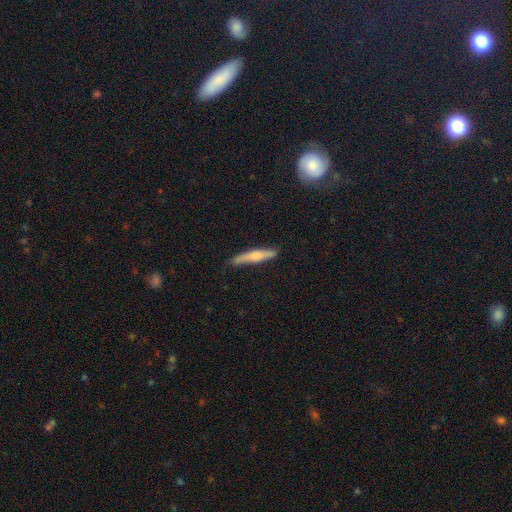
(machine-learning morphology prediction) smooth 62%, featured or disk 33%, star or artifact 5%. Down the decision tree: how rounded — cigar-shaped (91%); merging — none (80%).